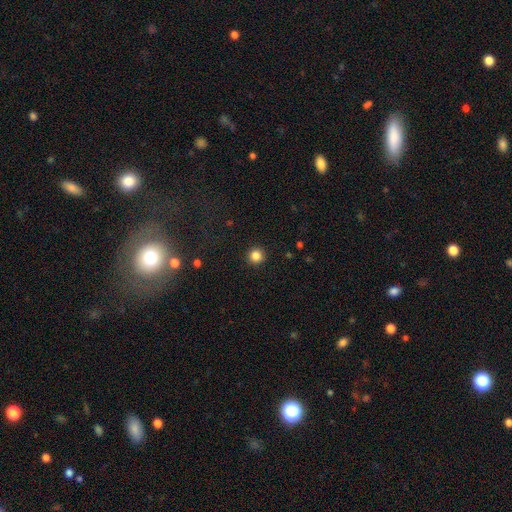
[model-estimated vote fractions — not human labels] This appears to be a smooth galaxy with no disk features (84%) that is round (95%). Merging: none (92%).